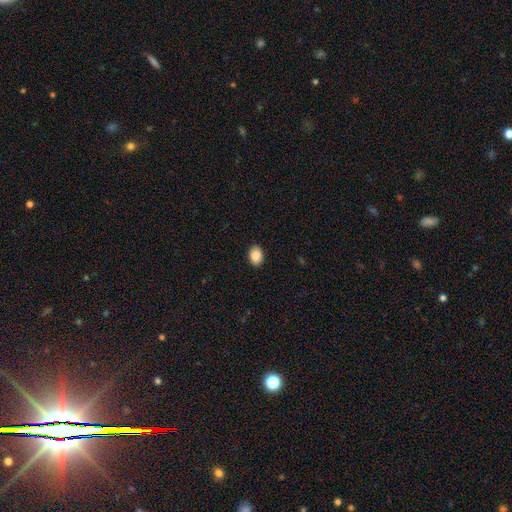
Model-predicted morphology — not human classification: A smooth galaxy with no disk features (89%) that is in between round and cigar-shaped (78%).

Vote fractions:
- Smooth or featured? smooth: 89% / star or artifact: 8% / featured or disk: 4%
- How rounded? in between: 78% / round: 21% / cigar-shaped: 1%
- Merging? none: 90% / minor disturbance: 7% / major disturbance: 2% / merger: 1%